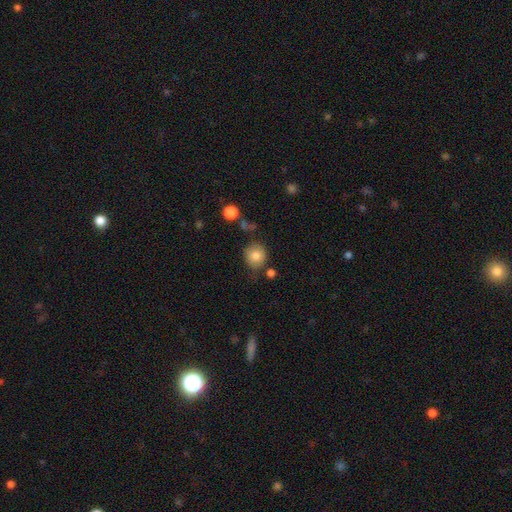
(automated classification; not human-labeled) Smooth or featured? Predicted: smooth (p=0.82). How rounded? Predicted: round (p=0.82). Merging? Predicted: none (p=0.69).